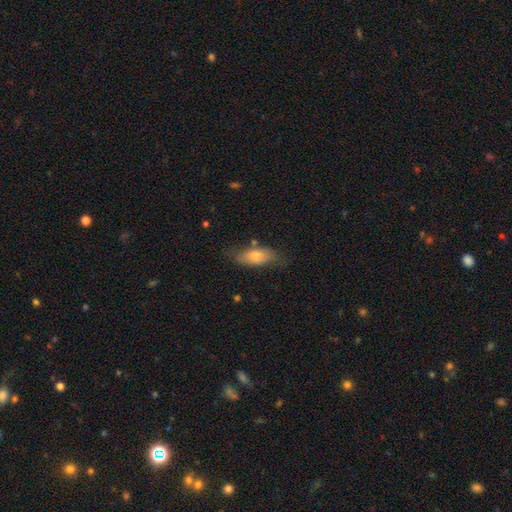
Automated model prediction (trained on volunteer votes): The model was most divided on "smooth or featured": smooth: 70%, featured or disk: 23%, star or artifact: 7%. More confident: how rounded — in between (78%); merging — none (70%).